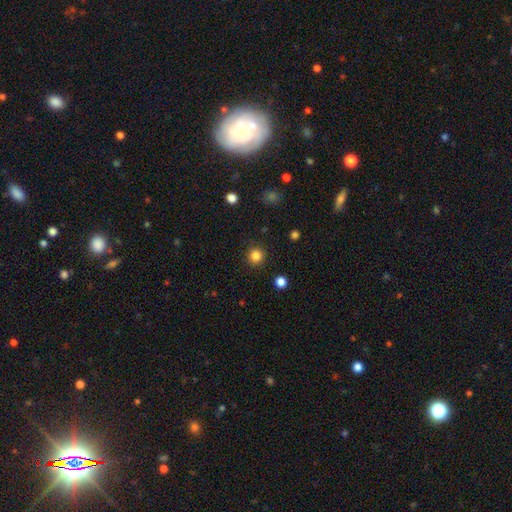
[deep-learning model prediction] A smooth galaxy with no disk features (84%) that is round (94%). Merging: none (91%).